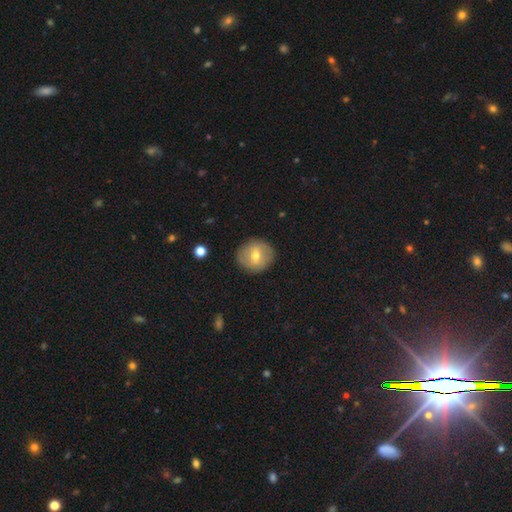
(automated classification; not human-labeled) smooth 55%, featured or disk 37%, star or artifact 7%. Down the decision tree: how rounded — round (85%); merging — none (85%).